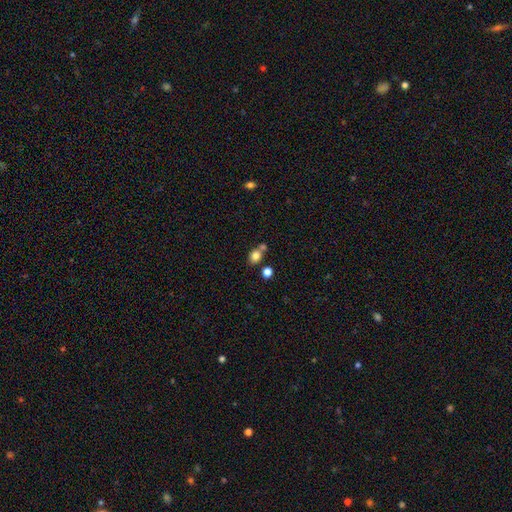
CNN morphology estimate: Smooth or featured? smooth (80%)
How rounded? round (51%)
Merging? none (57%)